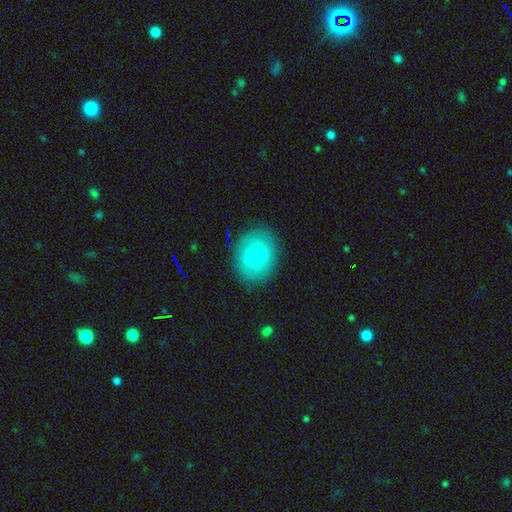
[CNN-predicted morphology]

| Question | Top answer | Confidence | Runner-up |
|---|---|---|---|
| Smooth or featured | featured or disk | 55% | smooth (38%) |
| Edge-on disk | no | 95% | yes (5%) |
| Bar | weak | 57% | no (24%) |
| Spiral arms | yes | 58% | no (42%) |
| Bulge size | small | 50% | moderate (45%) |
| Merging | none | 82% | minor disturbance (12%) |